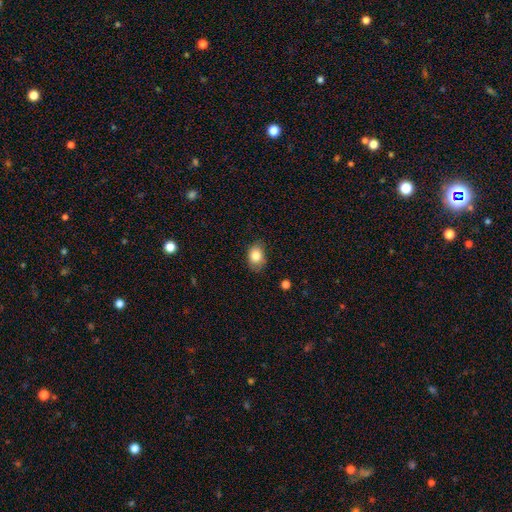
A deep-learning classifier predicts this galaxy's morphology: This appears to be a smooth galaxy with no disk features (83%) that is in between round and cigar-shaped (75%). Merging: none (73%).